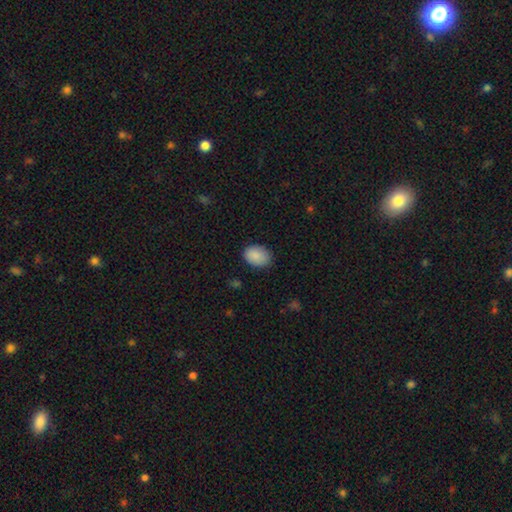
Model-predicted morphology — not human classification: A smooth galaxy with no disk features (89%) that is in between round and cigar-shaped (73%).

Vote fractions:
- Smooth or featured? smooth: 89% / star or artifact: 7% / featured or disk: 4%
- How rounded? in between: 73% / round: 26% / cigar-shaped: 1%
- Merging? none: 83% / minor disturbance: 13% / major disturbance: 3% / merger: 1%